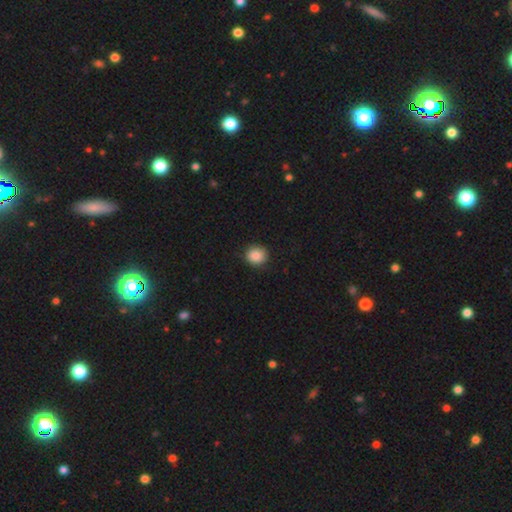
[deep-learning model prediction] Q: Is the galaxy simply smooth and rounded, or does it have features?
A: smooth — 87%.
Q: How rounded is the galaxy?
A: round — 84%.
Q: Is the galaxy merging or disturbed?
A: none — 86%.